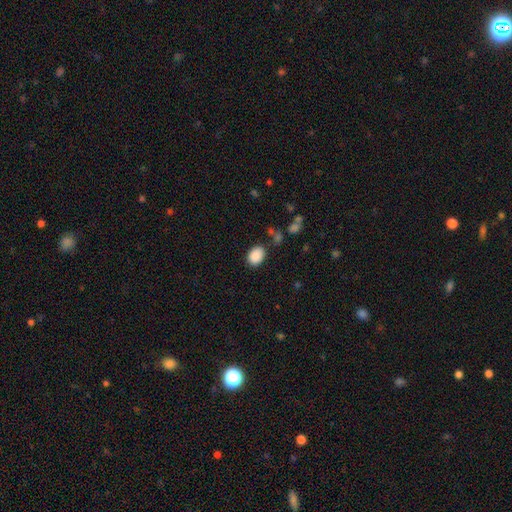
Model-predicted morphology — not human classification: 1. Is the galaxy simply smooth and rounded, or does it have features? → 89% smooth, 8% star or artifact, 3% featured or disk.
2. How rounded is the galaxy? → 71% in between, 28% round, 1% cigar-shaped.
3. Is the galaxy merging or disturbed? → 81% none, 12% minor disturbance, 4% major disturbance, 3% merger.